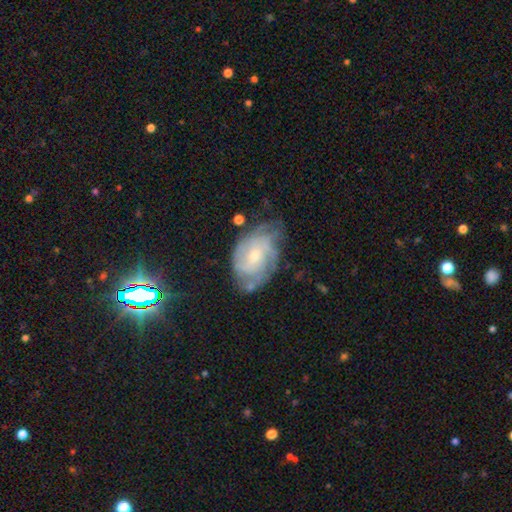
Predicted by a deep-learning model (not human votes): featured or disk 74%, smooth 13%, star or artifact 13%. Down the decision tree: edge-on disk — no (96%); bar — no (60%); spiral arms — yes (94%); spiral arm count — can't tell (35%); spiral winding — tight (61%); bulge size — small (58%); merging — none (69%).